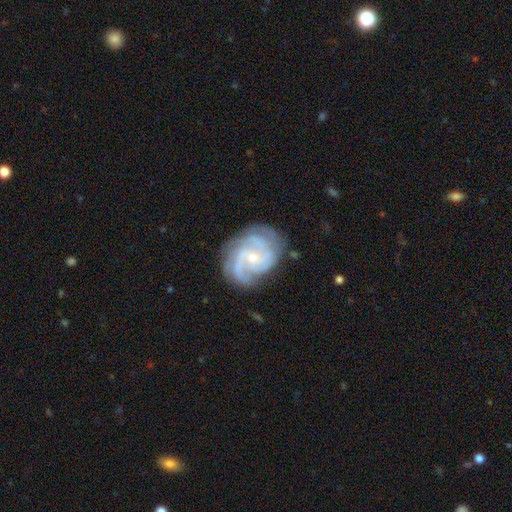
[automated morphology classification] Smooth or featured? Predicted: featured or disk (p=0.86). Edge-on disk? Predicted: no (p=0.97). Bar? Predicted: no (p=0.56). Spiral arms? Predicted: yes (p=0.98). Spiral winding? Predicted: tight (p=0.57). Spiral arm count? Predicted: 3 (p=0.33). Bulge size? Predicted: small (p=0.69). Merging? Predicted: none (p=0.76).